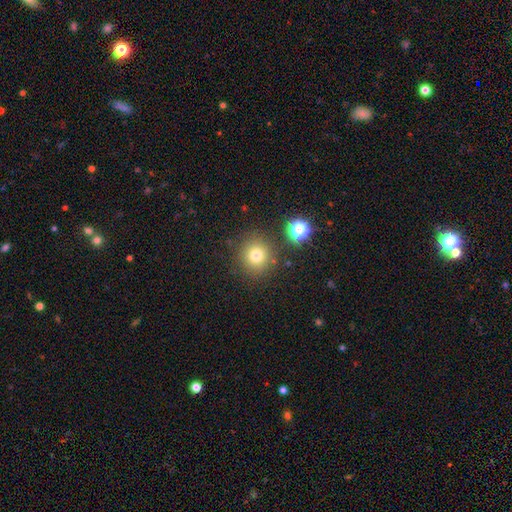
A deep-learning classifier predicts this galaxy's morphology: Smooth or featured? Predicted: smooth (p=0.76). How rounded? Predicted: round (p=0.92). Merging? Predicted: none (p=0.85).